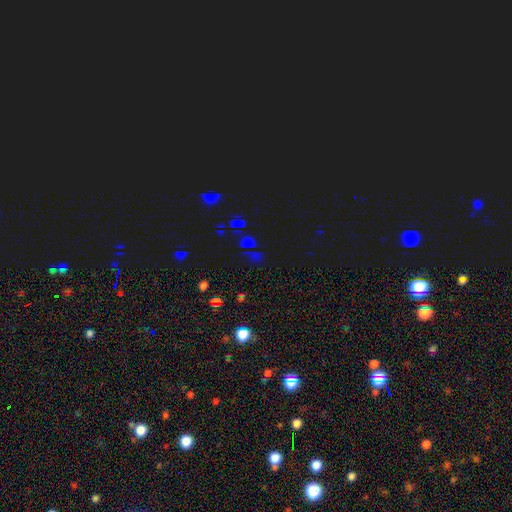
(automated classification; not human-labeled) Smooth or featured? star or artifact (63%)